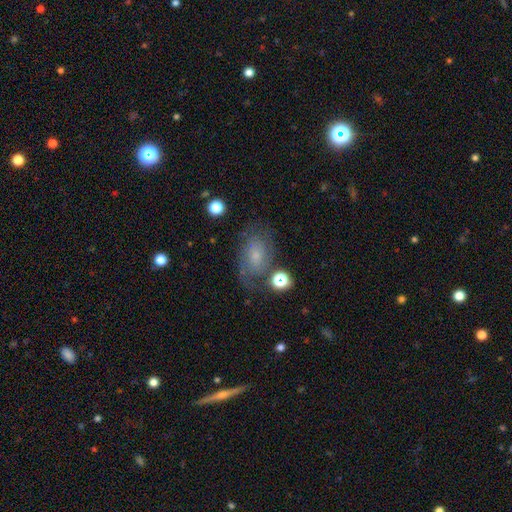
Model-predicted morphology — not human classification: Smooth or featured? featured or disk (57%)
Edge-on disk? no (96%)
Bar? no (72%)
Spiral arms? yes (83%)
Bulge size? small (68%)
Merging? none (61%)